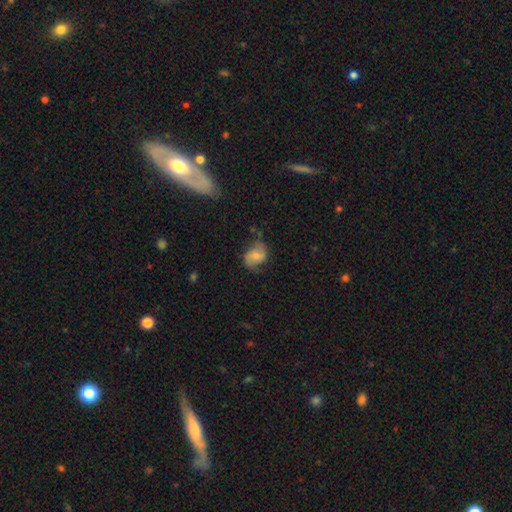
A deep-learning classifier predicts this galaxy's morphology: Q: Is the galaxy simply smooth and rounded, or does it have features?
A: featured or disk — 51%.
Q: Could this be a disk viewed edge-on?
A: no — 97%.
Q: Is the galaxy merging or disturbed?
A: none — 59%.